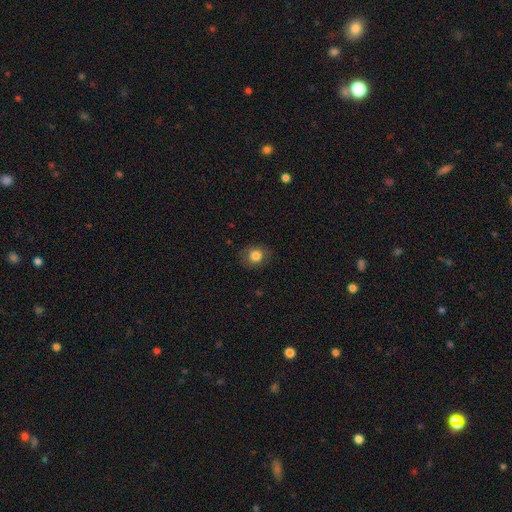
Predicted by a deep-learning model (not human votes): smooth_or_featured: smooth (p=0.82) [alt: star or artifact p=0.10]
how_rounded: round (p=0.69) [alt: in between p=0.30]
merging: none (p=0.79) [alt: minor disturbance p=0.15]